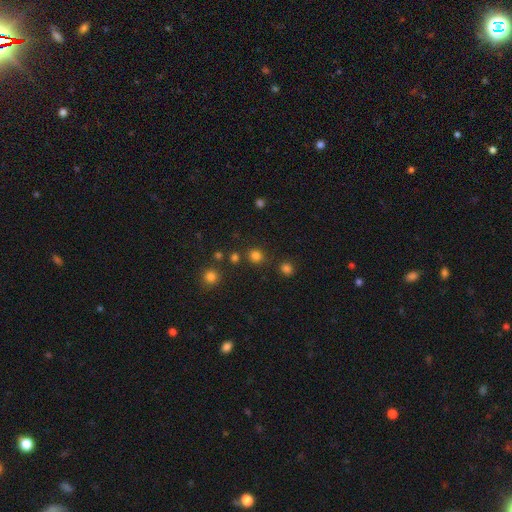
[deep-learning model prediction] A smooth galaxy with no disk features (79%) that is round (89%).

Vote fractions:
- Smooth or featured? smooth: 79% / star or artifact: 17% / featured or disk: 4%
- How rounded? round: 89% / in between: 10% / cigar-shaped: 1%
- Merging? none: 85% / minor disturbance: 7% / merger: 5% / major disturbance: 3%